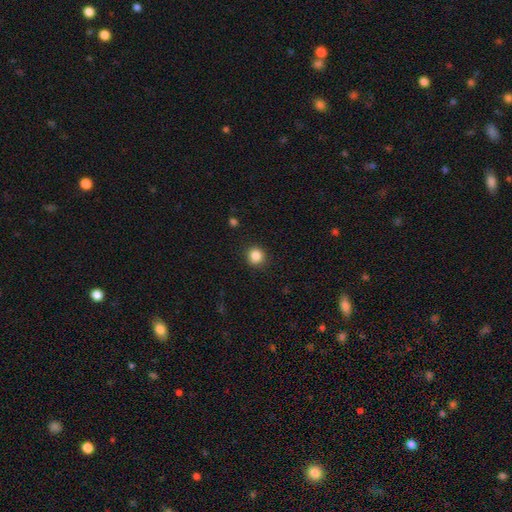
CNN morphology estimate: The model was most divided on "smooth or featured": smooth: 85%, star or artifact: 11%, featured or disk: 4%. More confident: how rounded — round (91%); merging — none (90%).